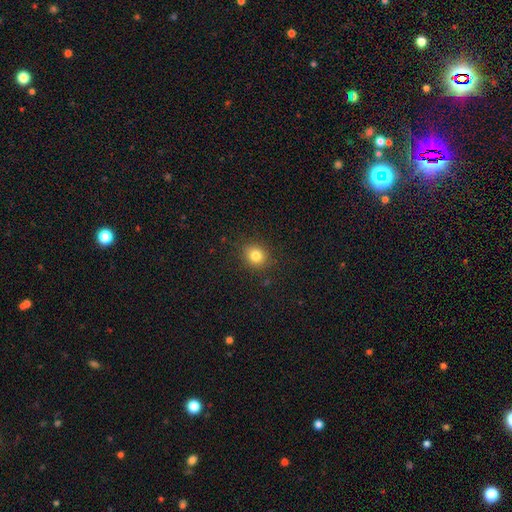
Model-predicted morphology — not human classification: Smooth or featured: smooth — 81% (star or artifact — 12%)
How rounded: round — 77% (in between — 22%)
Merging: none — 88% (minor disturbance — 8%)